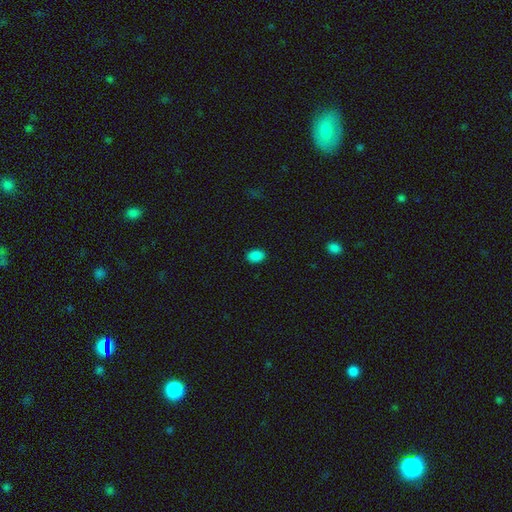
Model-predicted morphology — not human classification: The model was most divided on "how rounded": in between: 78%, round: 21%, cigar-shaped: 1%. More confident: merging — none (89%); smooth or featured — smooth (86%).